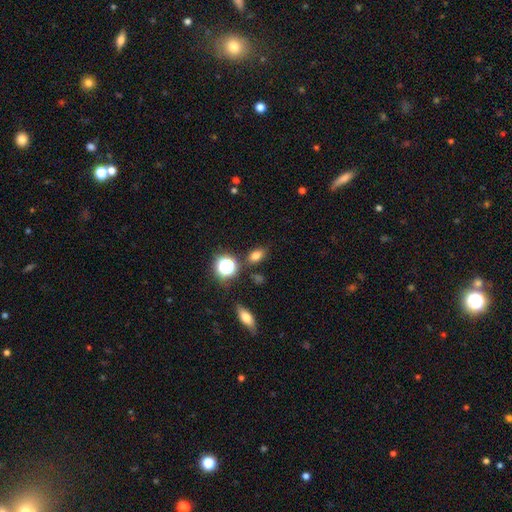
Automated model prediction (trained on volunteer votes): The model was most divided on "how rounded": in between: 74%, round: 23%, cigar-shaped: 3%. More confident: merging — none (80%); smooth or featured — smooth (74%).